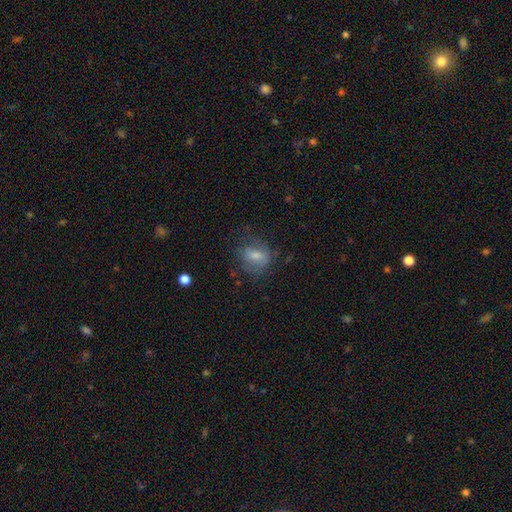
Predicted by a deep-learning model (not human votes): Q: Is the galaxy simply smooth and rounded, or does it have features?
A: smooth — 63%.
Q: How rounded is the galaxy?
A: in between — 55%.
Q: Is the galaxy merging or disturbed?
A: none — 58%.